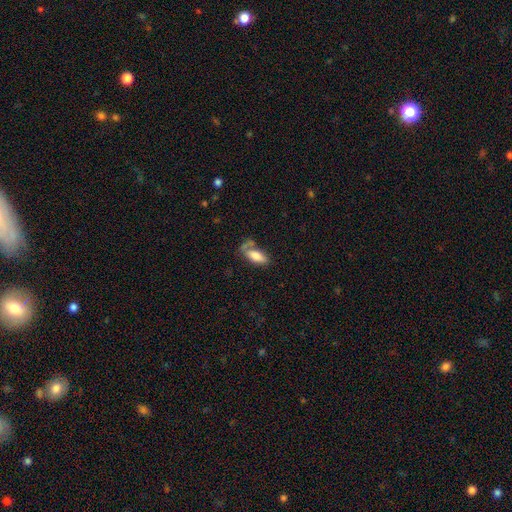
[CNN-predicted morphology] The model was most divided on "merging": none: 46%, merger: 21%, minor disturbance: 20%, major disturbance: 13%. More confident: how rounded — in between (81%); smooth or featured — smooth (76%).